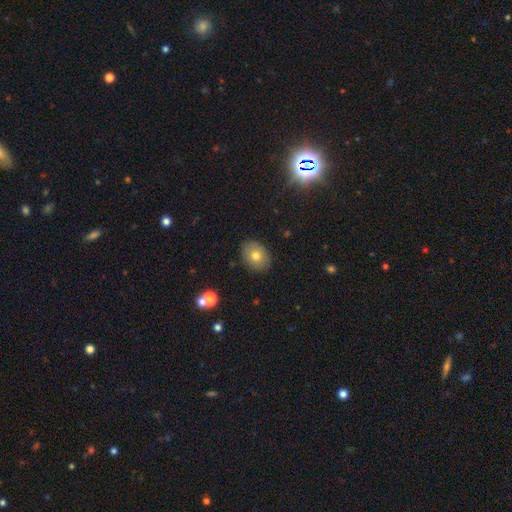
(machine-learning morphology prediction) Smooth or featured? smooth (74%)
How rounded? in between (55%)
Merging? none (87%)